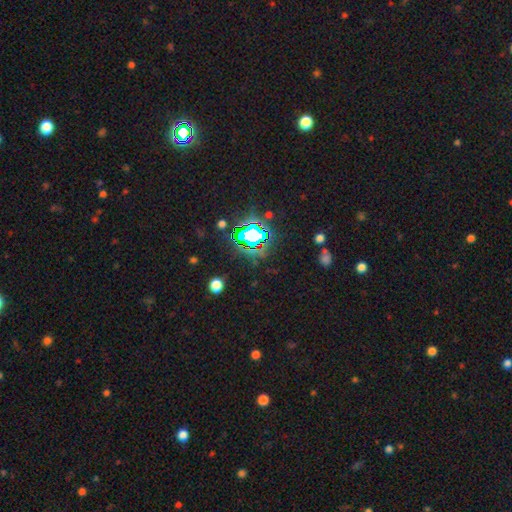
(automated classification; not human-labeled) Smooth or featured?
  - star or artifact: 83% *
  - smooth: 11%
  - featured or disk: 7%